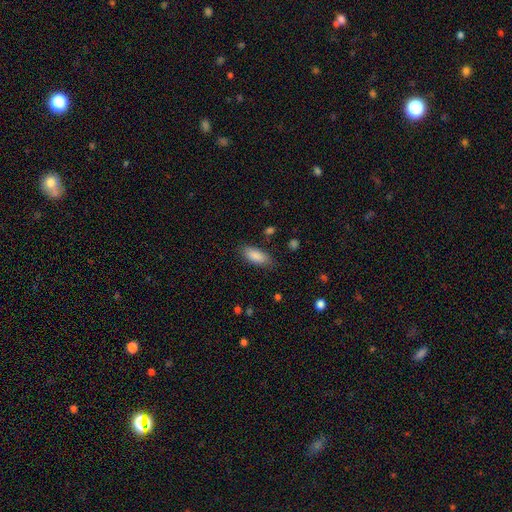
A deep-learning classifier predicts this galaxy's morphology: Overall: smooth (87%). How rounded: in between (80%). Merging: none (82%).